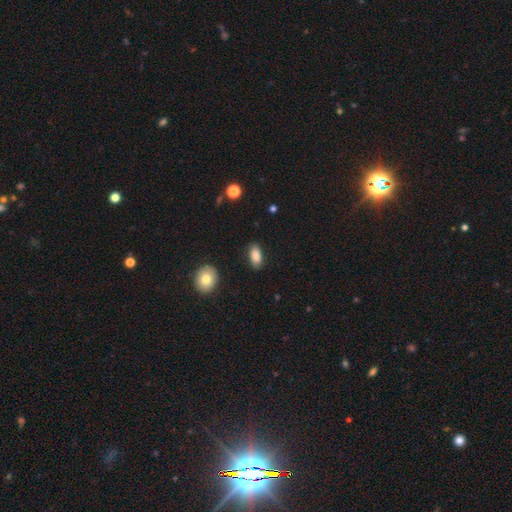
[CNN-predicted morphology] Smooth or featured? smooth (86%)
How rounded? in between (90%)
Merging? none (88%)